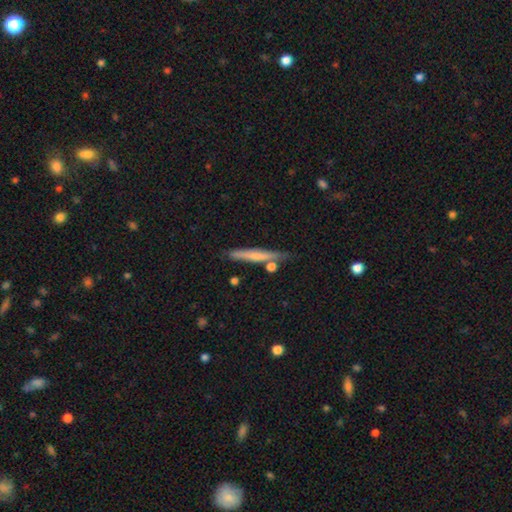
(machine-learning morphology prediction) Q: Smooth or featured?
A: smooth (55%); runner-up: featured or disk (38%)
Q: How rounded?
A: cigar-shaped (93%); runner-up: in between (5%)
Q: Merging?
A: none (75%); runner-up: minor disturbance (14%)